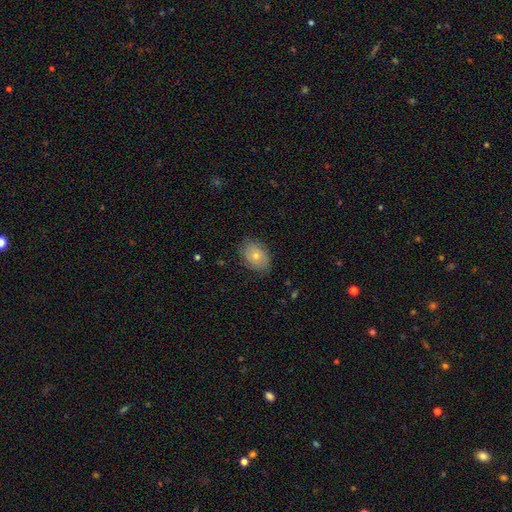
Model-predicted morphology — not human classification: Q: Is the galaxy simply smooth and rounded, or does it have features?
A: smooth — 53%.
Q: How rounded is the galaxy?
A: in between — 77%.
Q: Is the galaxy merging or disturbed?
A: none — 81%.